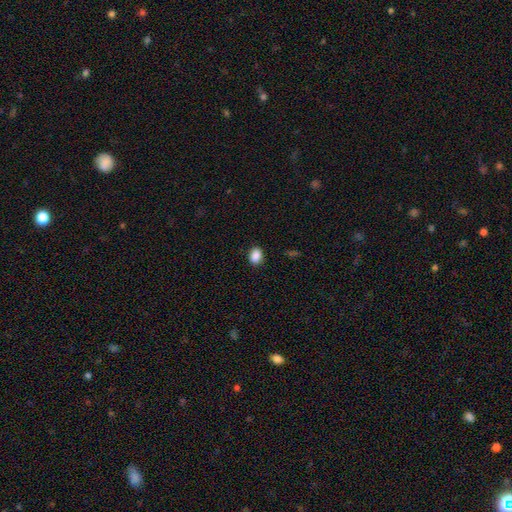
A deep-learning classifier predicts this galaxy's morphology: A smooth galaxy with no disk features (89%) that is in between round and cigar-shaped (63%).

Vote fractions:
- Smooth or featured? smooth: 89% / star or artifact: 9% / featured or disk: 3%
- How rounded? in between: 63% / round: 36% / cigar-shaped: 1%
- Merging? none: 88% / minor disturbance: 9% / major disturbance: 2% / merger: 1%